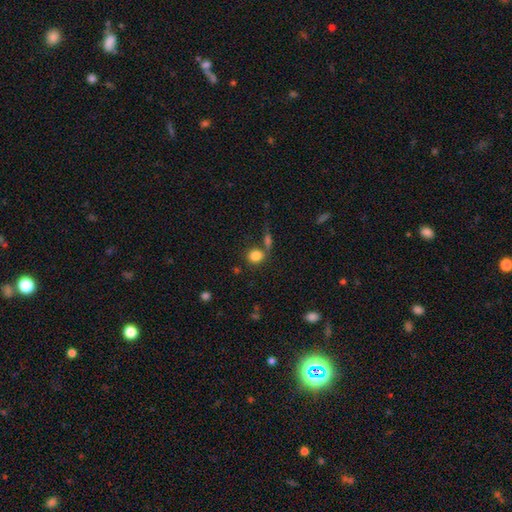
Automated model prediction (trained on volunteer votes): Overall: smooth (84%). How rounded: round (68%; in between 30%). Merging: none (61%; merger 23%).